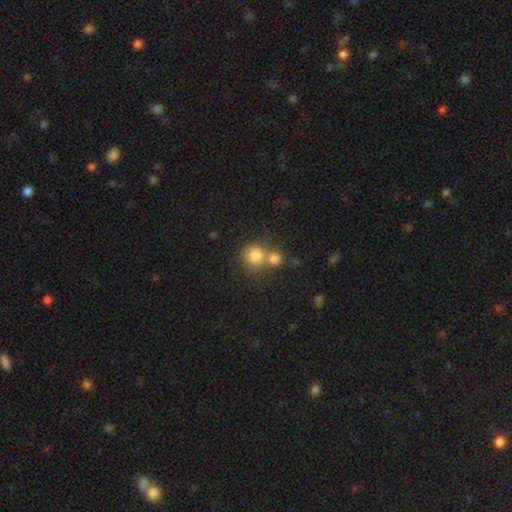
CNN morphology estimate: This appears to be a smooth galaxy with no disk features (80%) that is round (88%). Merging: none (47%).